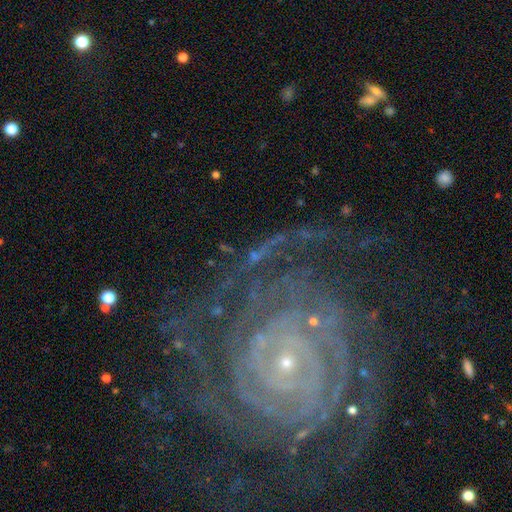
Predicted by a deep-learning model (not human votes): The model was most divided on "spiral arm count": can't tell: 28%, 2: 23%, 3: 16%, 4: 12%, more than 4: 11%, 1: 10%. More confident: edge-on disk — no (93%); spiral arms — yes (89%); merging — none (68%); bulge size — small (66%); spiral winding — tight (65%); smooth or featured — featured or disk (64%); bar — no (54%).